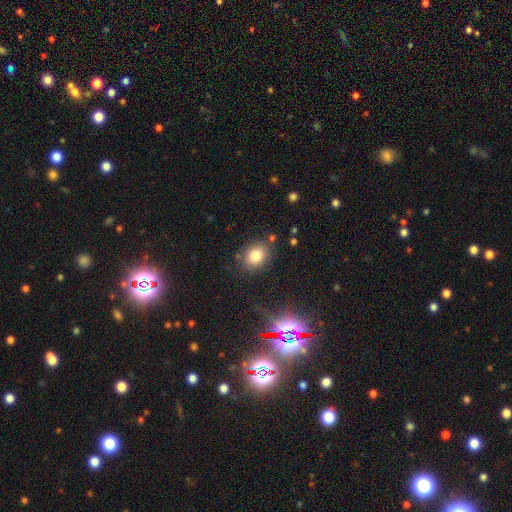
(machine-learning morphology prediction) smooth 80%, star or artifact 12%, featured or disk 8%. Down the decision tree: how rounded — in between (55%); merging — none (80%).